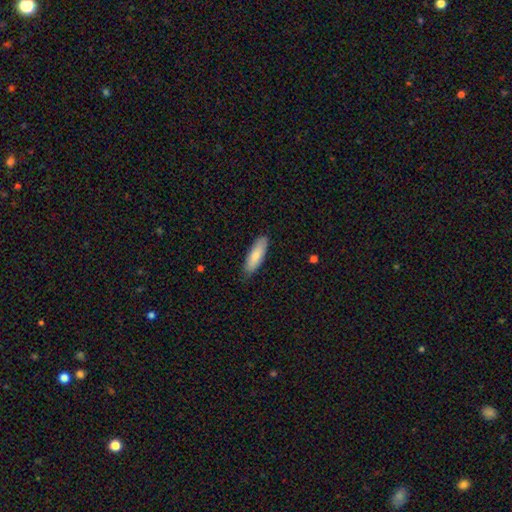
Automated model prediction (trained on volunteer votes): A smooth galaxy with no disk features (82%) that is in between round and cigar-shaped (56%). Merging: none (85%).